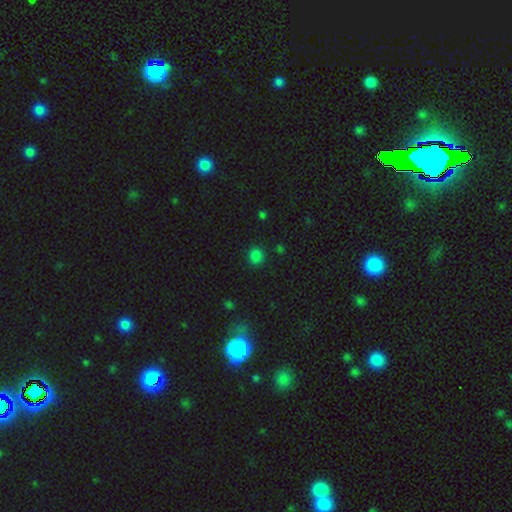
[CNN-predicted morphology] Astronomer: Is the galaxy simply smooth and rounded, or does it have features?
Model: smooth — 81%.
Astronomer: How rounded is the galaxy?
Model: round — 87%.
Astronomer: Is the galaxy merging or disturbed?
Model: none — 88%.